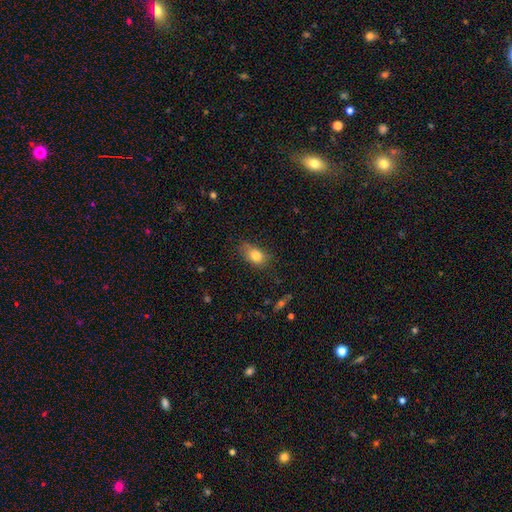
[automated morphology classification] Q: Smooth or featured?
A: smooth (81%); runner-up: featured or disk (10%)
Q: How rounded?
A: in between (83%); runner-up: round (14%)
Q: Merging?
A: none (64%); runner-up: minor disturbance (28%)